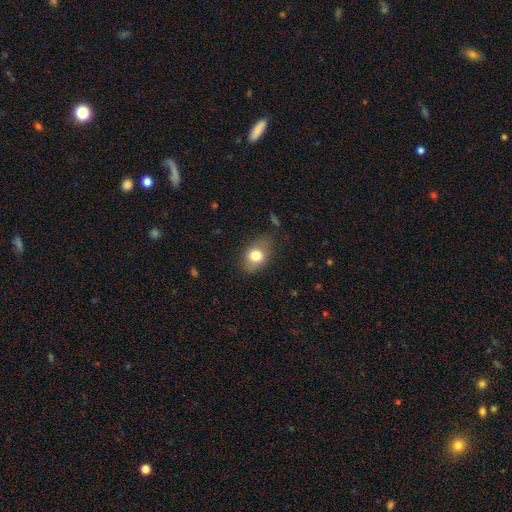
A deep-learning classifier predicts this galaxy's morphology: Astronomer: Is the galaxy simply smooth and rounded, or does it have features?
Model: smooth — 77%.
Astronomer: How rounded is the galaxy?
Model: in between — 76%.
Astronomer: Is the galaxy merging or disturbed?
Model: none — 72%.